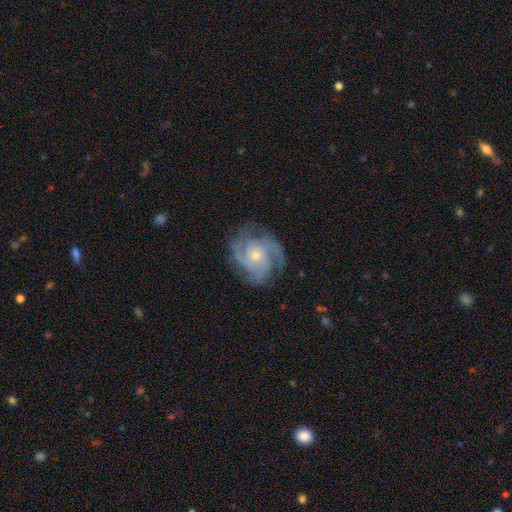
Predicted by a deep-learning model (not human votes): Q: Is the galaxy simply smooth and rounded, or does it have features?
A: featured or disk — 88%.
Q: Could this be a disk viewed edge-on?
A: no — 98%.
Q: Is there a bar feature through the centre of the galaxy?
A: no — 75%.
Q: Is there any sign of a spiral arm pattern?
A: yes — 98%.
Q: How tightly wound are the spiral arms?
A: medium — 46%.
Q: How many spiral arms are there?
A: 3 — 50%.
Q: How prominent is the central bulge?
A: small — 64%.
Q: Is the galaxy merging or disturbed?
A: none — 75%.